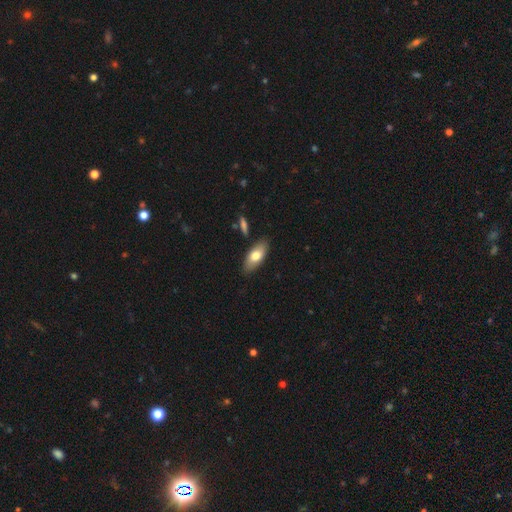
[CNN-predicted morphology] smooth 73%, featured or disk 21%, star or artifact 6%. Down the decision tree: how rounded — in between (85%); merging — none (84%).